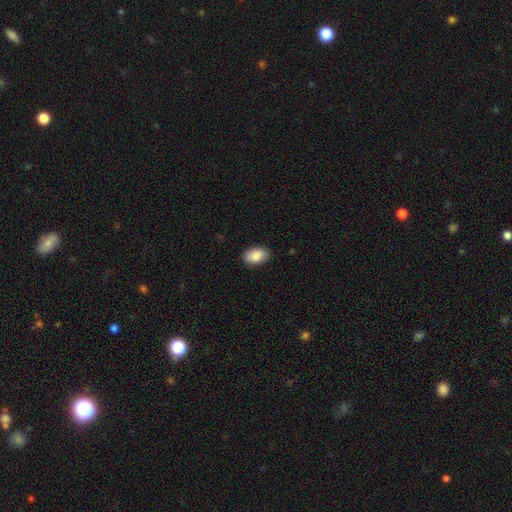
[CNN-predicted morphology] Smooth or featured? smooth (88%)
How rounded? in between (92%)
Merging? none (88%)